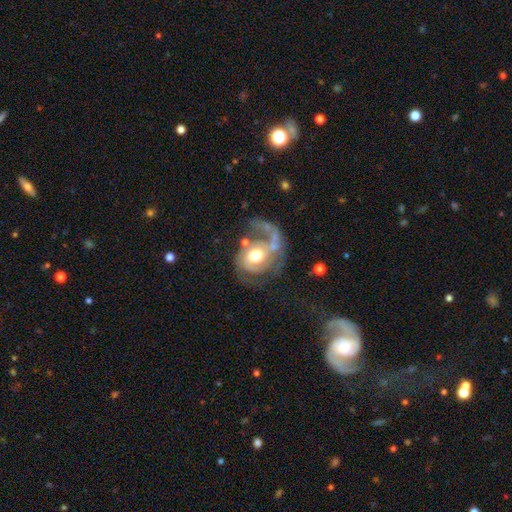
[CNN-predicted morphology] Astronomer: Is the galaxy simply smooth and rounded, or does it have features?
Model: featured or disk — 73%.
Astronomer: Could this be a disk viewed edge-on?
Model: no — 97%.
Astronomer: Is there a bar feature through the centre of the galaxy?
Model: no — 73%.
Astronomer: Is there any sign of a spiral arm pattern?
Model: yes — 82%.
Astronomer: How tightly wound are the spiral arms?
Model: medium — 37% (runner-up: loose, 36%).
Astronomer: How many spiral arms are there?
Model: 1 — 56%.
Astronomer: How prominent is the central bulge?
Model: moderate — 65%.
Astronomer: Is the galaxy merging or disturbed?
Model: major disturbance — 44% (runner-up: none, 30%).